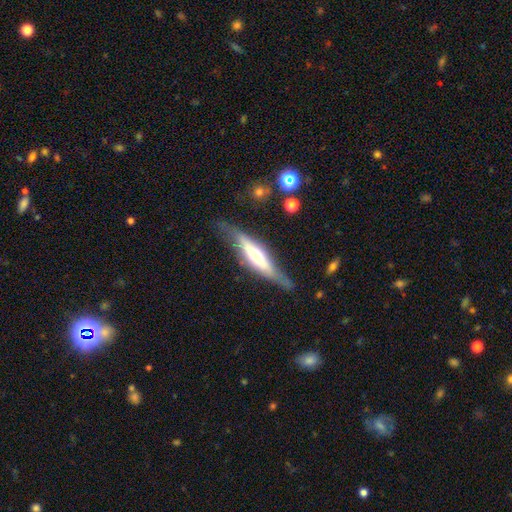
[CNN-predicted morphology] This appears to be a featured or disk galaxy (64%) viewed edge-on (86%) with a rounded central bulge (65%). Merging: none (71%).